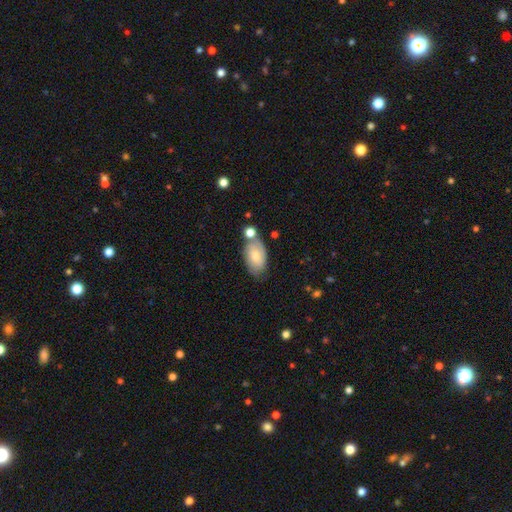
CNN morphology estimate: A smooth galaxy with no disk features (67%) that is in between round and cigar-shaped (92%).

Vote fractions:
- Smooth or featured? smooth: 67% / featured or disk: 26% / star or artifact: 7%
- How rounded? in between: 92% / round: 6% / cigar-shaped: 2%
- Merging? none: 56% / minor disturbance: 20% / merger: 19% / major disturbance: 5%